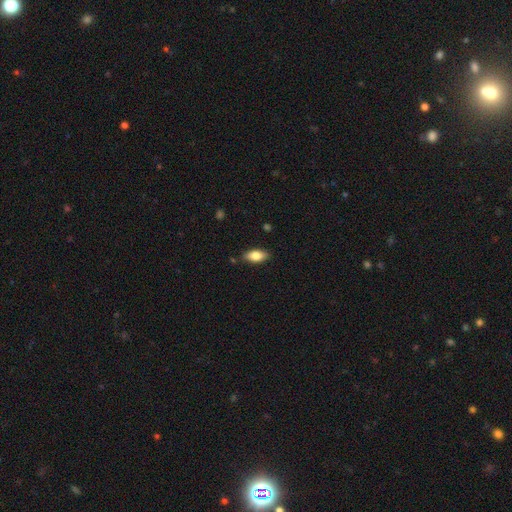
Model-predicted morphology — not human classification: Smooth or featured: smooth — 80% (featured or disk — 13%)
How rounded: in between — 89% (cigar-shaped — 8%)
Merging: none — 84% (minor disturbance — 12%)